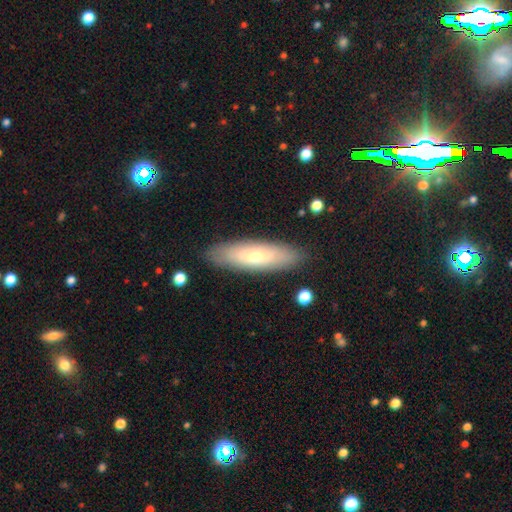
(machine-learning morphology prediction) Smooth or featured: smooth — 60% (featured or disk — 34%)
How rounded: cigar-shaped — 55% (in between — 43%)
Merging: none — 87% (minor disturbance — 9%)